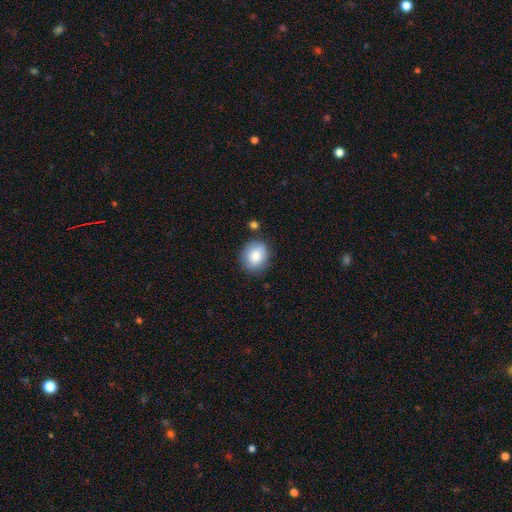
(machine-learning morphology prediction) A smooth galaxy with no disk features (82%) that is round (65%).

Vote fractions:
- Smooth or featured? smooth: 82% / featured or disk: 10% / star or artifact: 8%
- How rounded? round: 65% / in between: 34% / cigar-shaped: 1%
- Merging? none: 80% / minor disturbance: 14% / merger: 3% / major disturbance: 3%